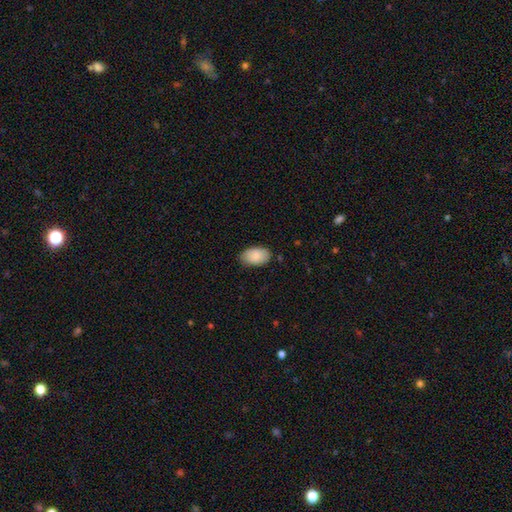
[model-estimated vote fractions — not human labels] smooth-or-featured: smooth: 88% | featured or disk: 6% | star or artifact: 6%
  how-rounded: in between: 93% | round: 6% | cigar-shaped: 1%
  merging: none: 83% | minor disturbance: 13% | major disturbance: 2% | merger: 1%